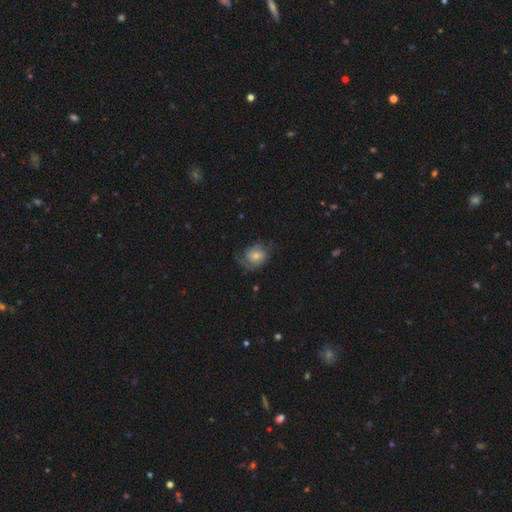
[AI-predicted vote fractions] smooth-or-featured: featured or disk: 53% | smooth: 39% | star or artifact: 8%
  disk-edge-on: no: 97% | yes: 3%
    bar: no: 71% | weak: 24% | strong: 4%
    has-spiral-arms: yes: 85% | no: 15%
    bulge-size: moderate: 47% | small: 42% | large: 7% | none: 3% | dominant: 2%
  merging: none: 56% | minor disturbance: 25% | major disturbance: 18% | merger: 1%